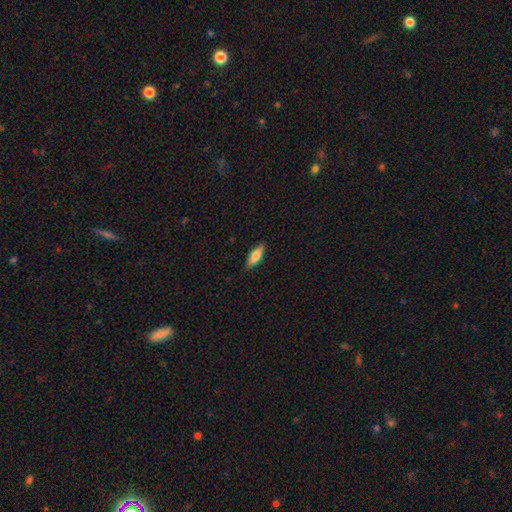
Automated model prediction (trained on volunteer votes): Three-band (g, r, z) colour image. It shows a smooth galaxy with no disk features (77%) that is in between round and cigar-shaped (67%). Merging: none (88%).